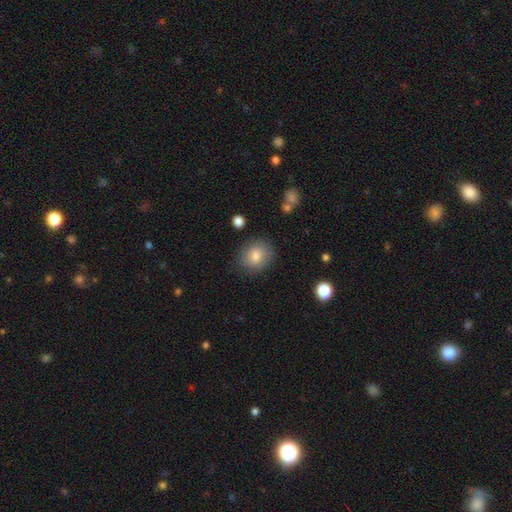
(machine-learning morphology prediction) A smooth galaxy with no disk features (79%) that is round (63%). Merging: none (83%).